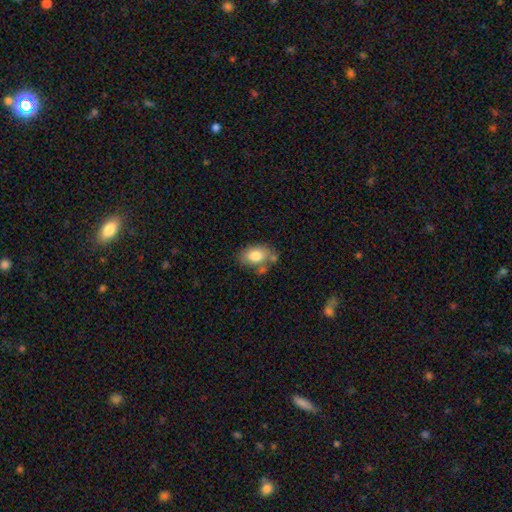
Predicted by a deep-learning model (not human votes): Overall: smooth (78%). How rounded: in between (85%). Merging: none (58%; minor disturbance 22%).